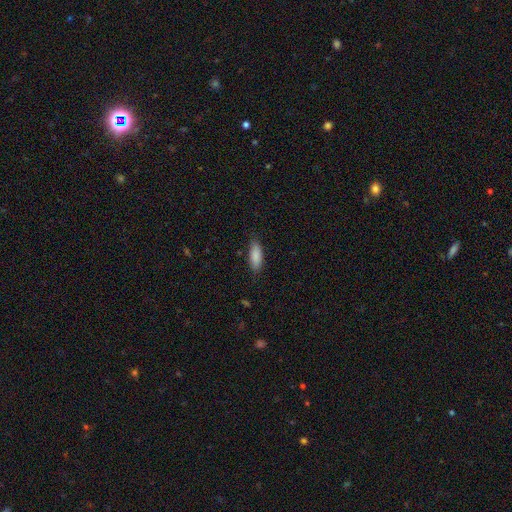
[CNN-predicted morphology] smooth-or-featured: smooth: 88% | featured or disk: 6% | star or artifact: 6%
  how-rounded: in between: 73% | cigar-shaped: 25% | round: 2%
  merging: none: 83% | minor disturbance: 14% | major disturbance: 3% | merger: 1%